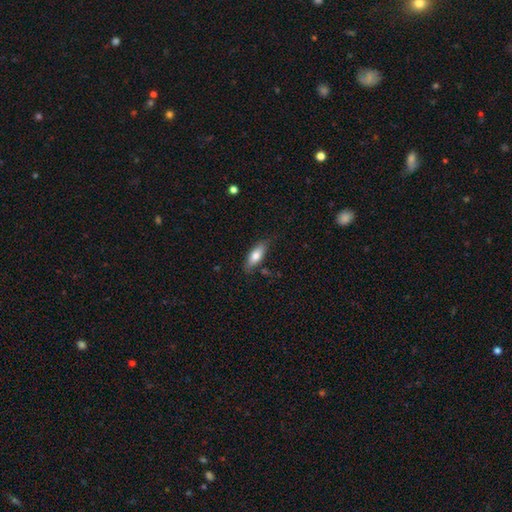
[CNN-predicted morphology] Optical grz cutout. It shows a smooth galaxy with no disk features (76%) that is in between round and cigar-shaped (71%). Merging: none (77%).